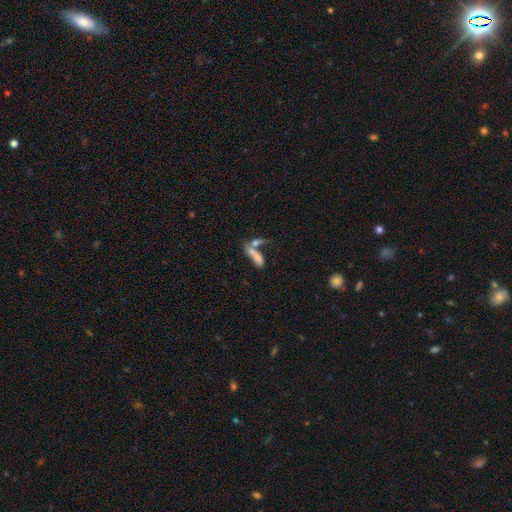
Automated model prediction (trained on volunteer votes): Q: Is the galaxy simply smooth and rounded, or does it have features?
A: smooth — 66%.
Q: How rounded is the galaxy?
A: cigar-shaped — 55%.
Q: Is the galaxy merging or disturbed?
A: merger — 54%.